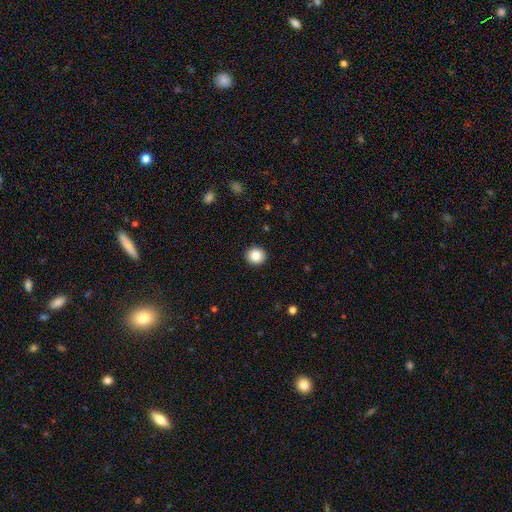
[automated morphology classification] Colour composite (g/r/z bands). It shows a smooth galaxy with no disk features (86%) that is round (89%). Merging: none (93%).